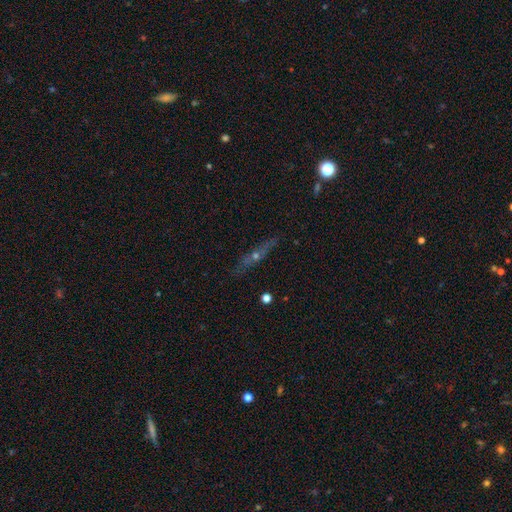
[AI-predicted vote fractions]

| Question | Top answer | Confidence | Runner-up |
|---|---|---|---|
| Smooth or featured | featured or disk | 65% | smooth (23%) |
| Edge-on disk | yes | 88% | no (12%) |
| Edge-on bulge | rounded | 85% | none (13%) |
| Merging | none | 84% | minor disturbance (11%) |